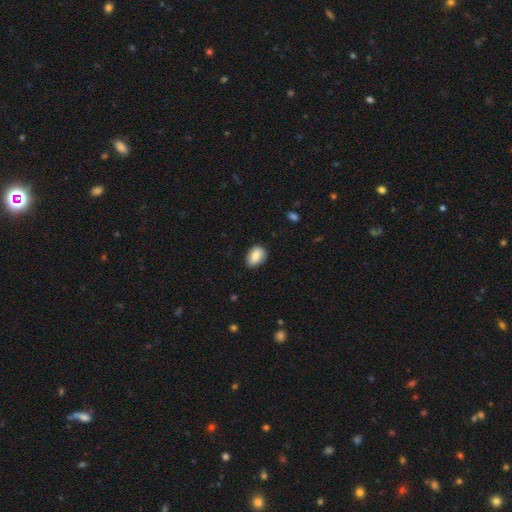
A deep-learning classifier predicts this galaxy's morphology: Smooth or featured? smooth (84%)
How rounded? in between (85%)
Merging? none (79%)